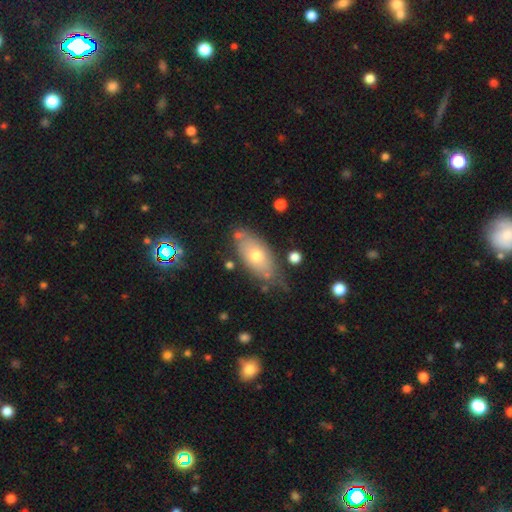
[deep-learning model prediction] Smooth or featured: smooth — 61% (featured or disk — 31%)
How rounded: in between — 88% (cigar-shaped — 7%)
Merging: none — 64% (minor disturbance — 24%)